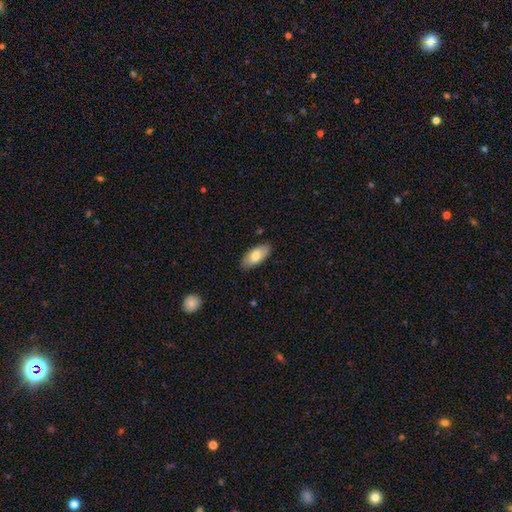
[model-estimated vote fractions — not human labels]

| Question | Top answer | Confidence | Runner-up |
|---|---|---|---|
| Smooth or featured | smooth | 79% | featured or disk (15%) |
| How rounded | in between | 90% | cigar-shaped (8%) |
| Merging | none | 85% | minor disturbance (12%) |